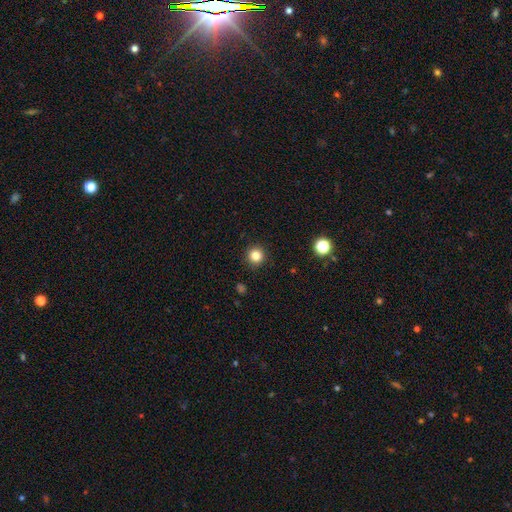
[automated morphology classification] Smooth or featured: smooth — 82% (star or artifact — 13%)
How rounded: round — 95% (in between — 4%)
Merging: none — 92% (minor disturbance — 5%)